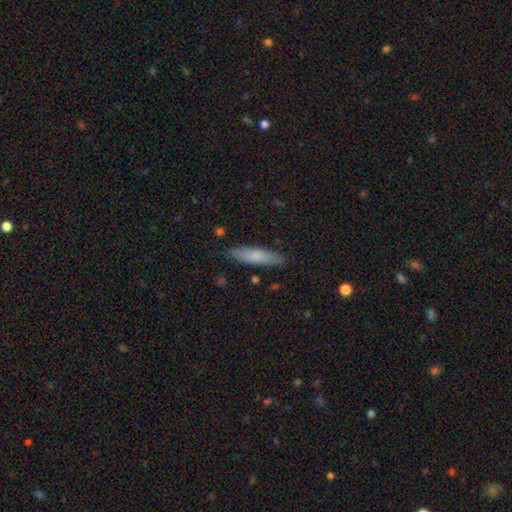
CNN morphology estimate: The model was most divided on "smooth or featured": smooth: 70%, featured or disk: 24%, star or artifact: 6%. More confident: merging — none (86%); how rounded — cigar-shaped (77%).